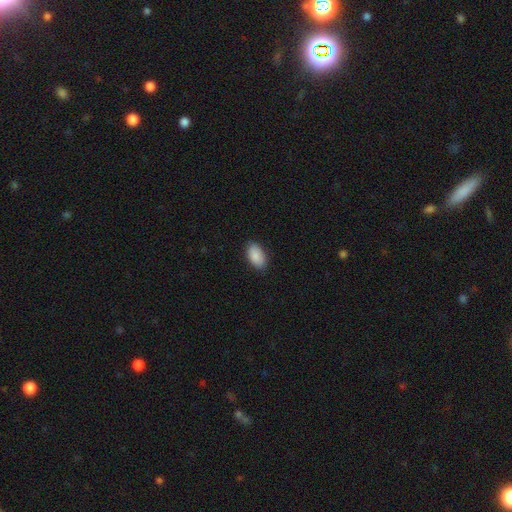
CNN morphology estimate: Q: Smooth or featured?
A: smooth (90%); runner-up: star or artifact (6%)
Q: How rounded?
A: in between (95%); runner-up: round (4%)
Q: Merging?
A: none (87%); runner-up: minor disturbance (10%)